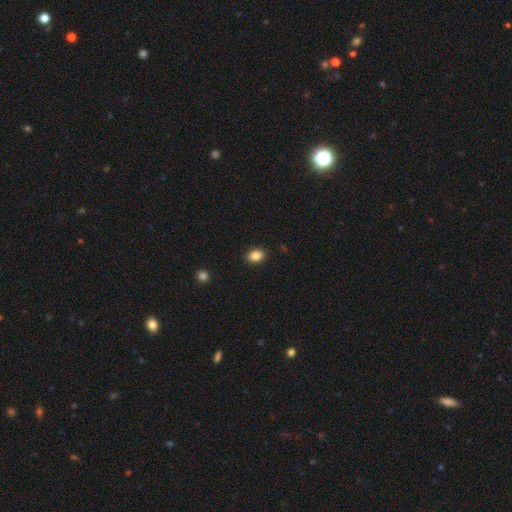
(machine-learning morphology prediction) smooth 86%, star or artifact 9%, featured or disk 4%. Down the decision tree: how rounded — in between (63%); merging — none (90%).